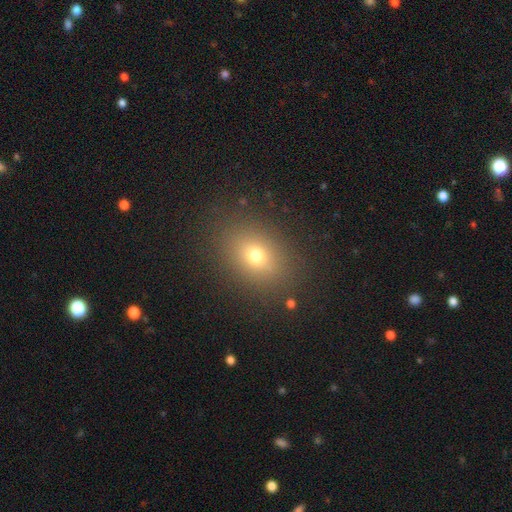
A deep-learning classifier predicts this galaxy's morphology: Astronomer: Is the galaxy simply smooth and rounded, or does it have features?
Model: smooth — 71%.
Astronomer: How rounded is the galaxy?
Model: in between — 61% (runner-up: round, 37%).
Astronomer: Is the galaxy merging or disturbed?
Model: none — 86%.